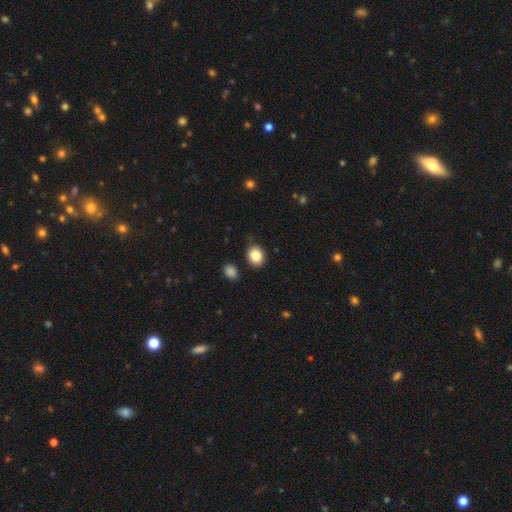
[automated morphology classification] smooth 85%, star or artifact 9%, featured or disk 6%. Down the decision tree: how rounded — round (52%); merging — none (85%).